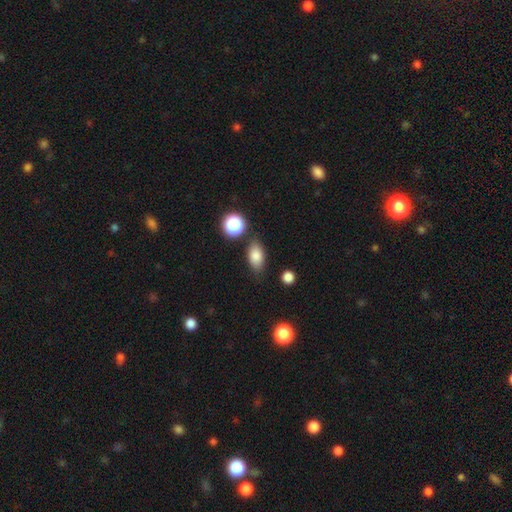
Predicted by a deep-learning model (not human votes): smooth 82%, star or artifact 9%, featured or disk 8%. Down the decision tree: how rounded — in between (86%); merging — none (80%).